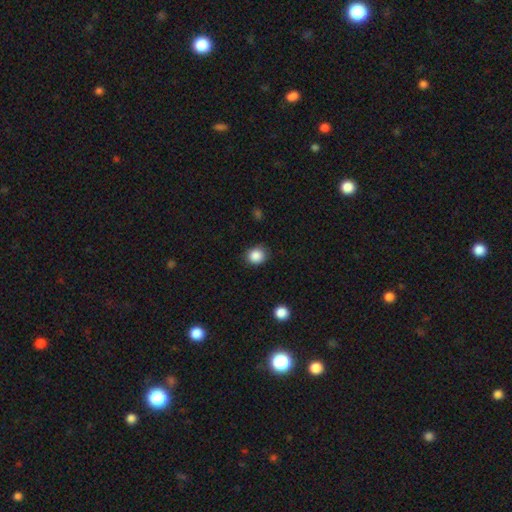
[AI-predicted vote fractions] The model was most divided on "how rounded": round: 80%, in between: 20%, cigar-shaped: 1%. More confident: smooth or featured — smooth (87%); merging — none (83%).